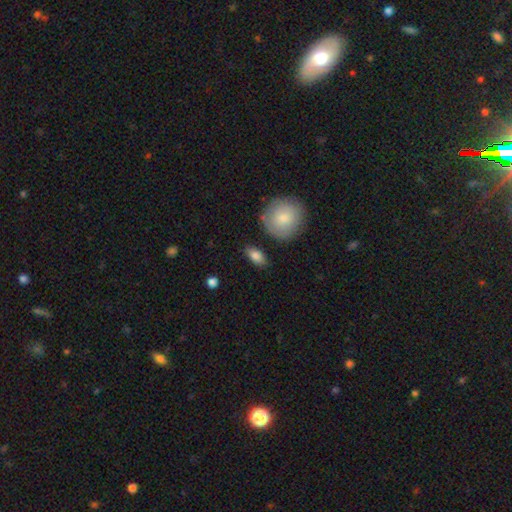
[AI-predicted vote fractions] Q: Smooth or featured?
A: smooth (83%); runner-up: featured or disk (10%)
Q: How rounded?
A: in between (87%); runner-up: round (8%)
Q: Merging?
A: none (83%); runner-up: minor disturbance (11%)